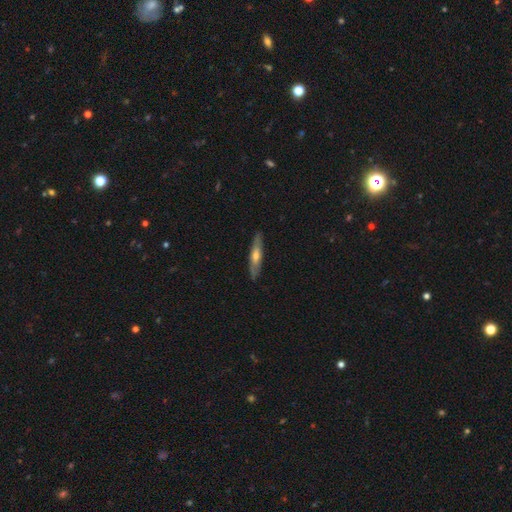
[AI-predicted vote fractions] A featured or disk galaxy (50%).

Vote fractions:
- Smooth or featured? featured or disk: 50% / smooth: 44% / star or artifact: 6%
- Merging? none: 87% / minor disturbance: 10% / major disturbance: 2% / merger: 1%